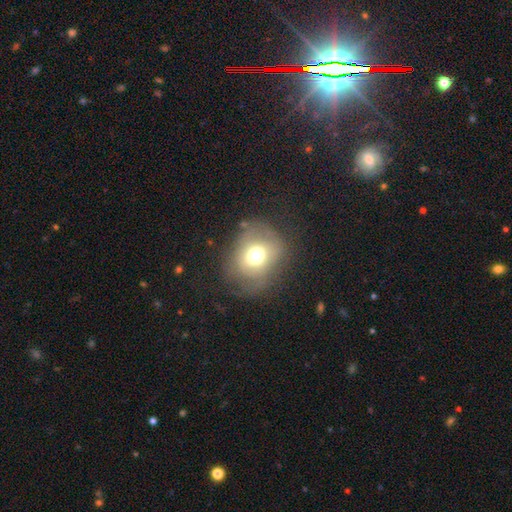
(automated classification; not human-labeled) Smooth or featured?
  - smooth: 64% *
  - featured or disk: 24%
  - star or artifact: 13%
How rounded?
  - round: 65% *
  - in between: 34%
  - cigar-shaped: 1%
Merging?
  - none: 60% *
  - minor disturbance: 22%
  - major disturbance: 16%
  - merger: 2%